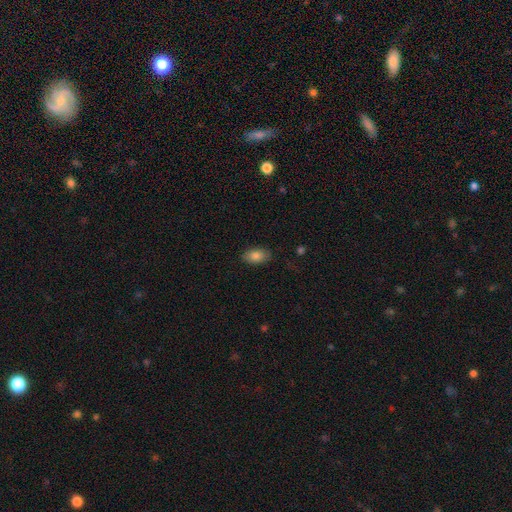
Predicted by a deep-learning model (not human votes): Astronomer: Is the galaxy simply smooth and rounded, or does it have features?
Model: smooth — 82%.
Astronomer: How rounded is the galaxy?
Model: in between — 91%.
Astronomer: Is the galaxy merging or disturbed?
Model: none — 86%.